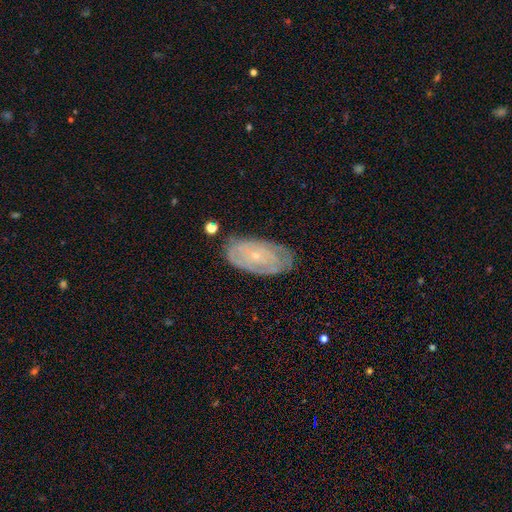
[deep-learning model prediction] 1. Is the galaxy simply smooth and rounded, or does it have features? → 69% featured or disk, 24% smooth, 7% star or artifact.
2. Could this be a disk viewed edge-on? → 93% no, 7% yes.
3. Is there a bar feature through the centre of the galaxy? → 80% no, 16% weak, 4% strong.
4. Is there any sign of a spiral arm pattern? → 77% yes, 23% no.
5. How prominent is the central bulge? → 83% small, 13% moderate, 2% none, 1% large, 1% dominant.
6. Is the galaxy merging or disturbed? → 74% none, 19% minor disturbance, 5% major disturbance, 2% merger.